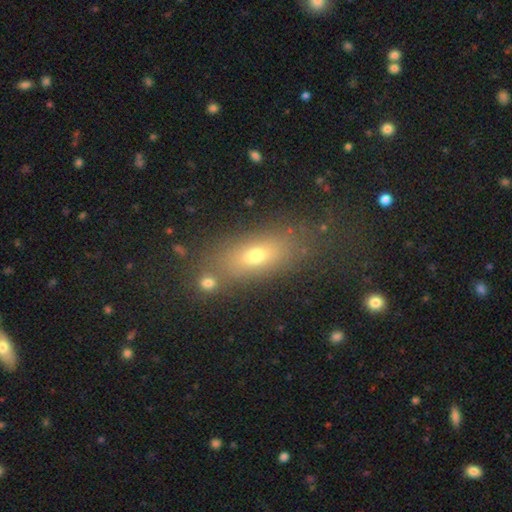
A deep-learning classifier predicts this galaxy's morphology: smooth_or_featured: smooth (p=0.64) [alt: featured or disk p=0.20]
how_rounded: in between (p=0.67) [alt: cigar-shaped p=0.23]
merging: none (p=0.70) [alt: minor disturbance p=0.14]